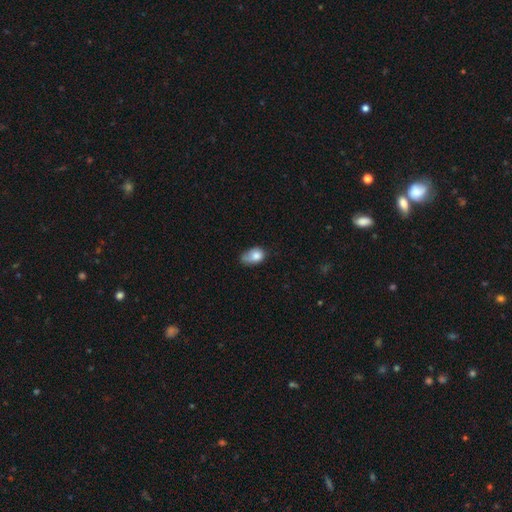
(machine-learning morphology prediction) smooth_or_featured: smooth (p=0.78) [alt: featured or disk p=0.13]
how_rounded: in between (p=0.82) [alt: round p=0.17]
merging: minor disturbance (p=0.44) [alt: none p=0.32]